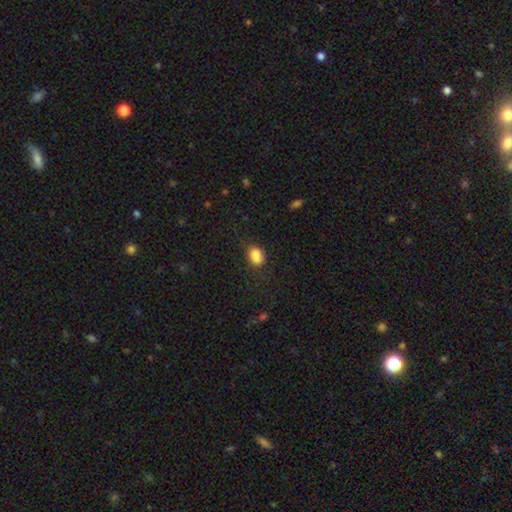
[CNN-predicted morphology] A smooth galaxy with no disk features (85%) that is in between round and cigar-shaped (71%). Merging: none (69%).